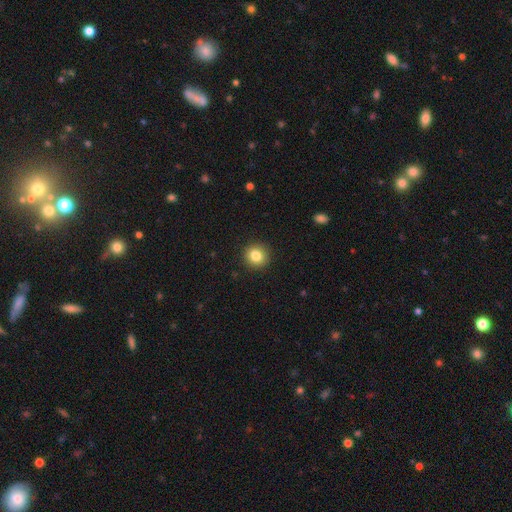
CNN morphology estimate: A smooth galaxy with no disk features (83%) that is round (91%). Merging: none (92%).